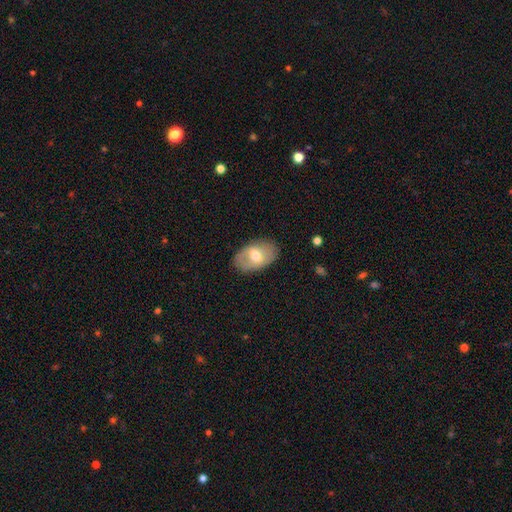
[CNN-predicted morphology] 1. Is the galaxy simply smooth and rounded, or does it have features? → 55% smooth, 38% featured or disk, 7% star or artifact.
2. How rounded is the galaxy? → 88% in between, 11% round, 1% cigar-shaped.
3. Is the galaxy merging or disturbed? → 81% none, 14% minor disturbance, 4% major disturbance, 1% merger.